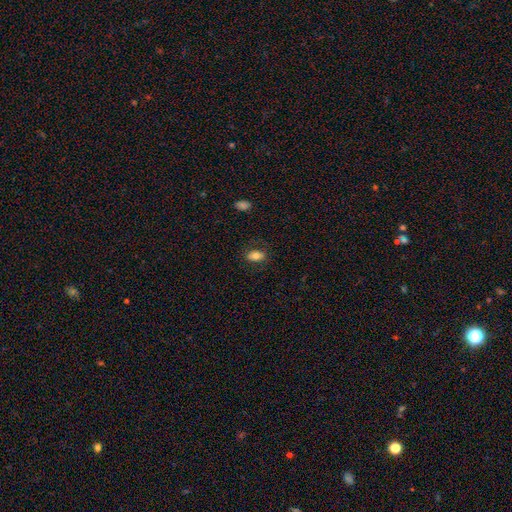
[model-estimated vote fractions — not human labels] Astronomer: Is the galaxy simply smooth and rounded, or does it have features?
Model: smooth — 76%.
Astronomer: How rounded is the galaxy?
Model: in between — 87%.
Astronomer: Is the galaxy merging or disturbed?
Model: none — 79%.